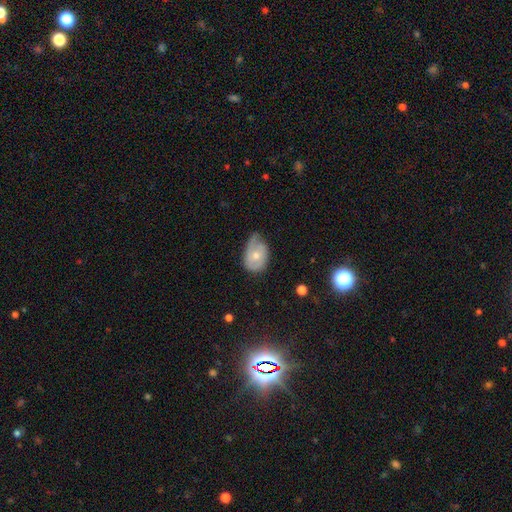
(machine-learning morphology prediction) Smooth or featured?
  - smooth: 48% *
  - featured or disk: 45%
  - star or artifact: 6%
Merging?
  - minor disturbance: 46% *
  - none: 31%
  - major disturbance: 21%
  - merger: 2%